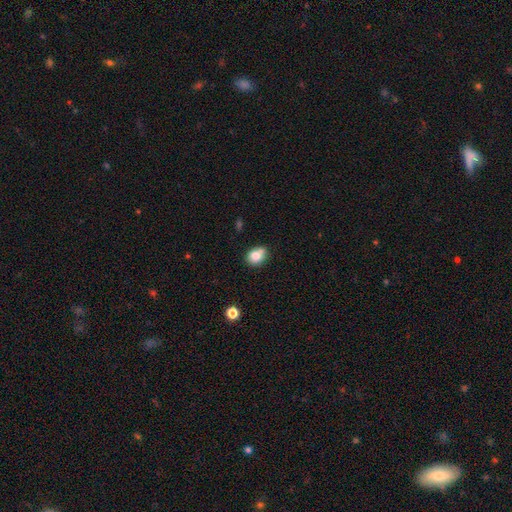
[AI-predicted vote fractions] Morphology: type=smooth (79%); roundness=round (56%); merging=none (54%).